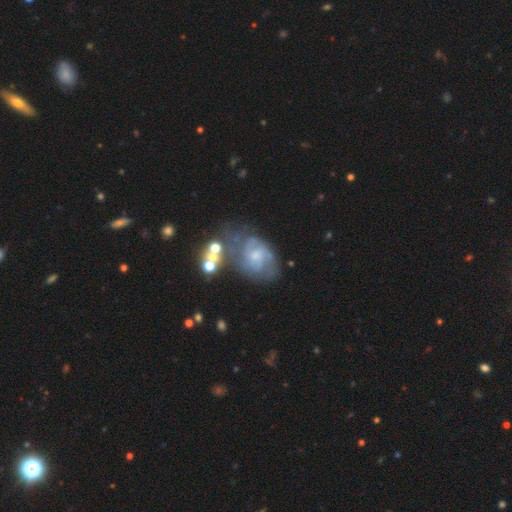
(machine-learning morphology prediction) smooth_or_featured: featured or disk (p=0.70) [alt: smooth p=0.20]
disk_edge_on: no (p=0.97) [alt: yes p=0.03]
bar: no (p=0.61) [alt: weak p=0.34]
has_spiral_arms: yes (p=0.81) [alt: no p=0.19]
spiral_winding: medium (p=0.42) [alt: tight p=0.38]
spiral_arm_count: can't tell (p=0.42) [alt: 2 p=0.29]
bulge_size: small (p=0.48) [alt: moderate p=0.33]
merging: none (p=0.45) [alt: minor disturbance p=0.23]